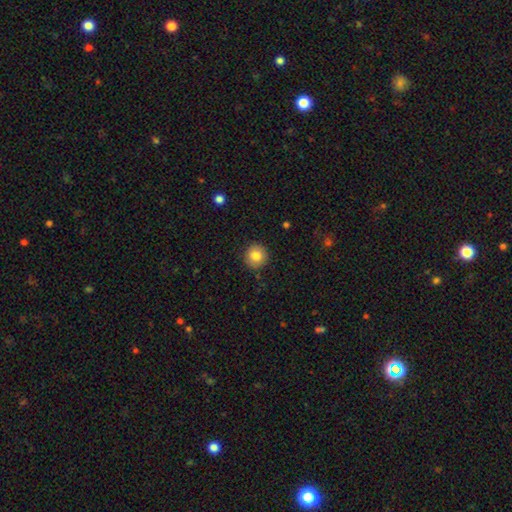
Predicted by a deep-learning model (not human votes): smooth_or_featured: smooth (p=0.83) [alt: star or artifact p=0.09]
how_rounded: round (p=0.92) [alt: in between p=0.07]
merging: none (p=0.90) [alt: minor disturbance p=0.07]